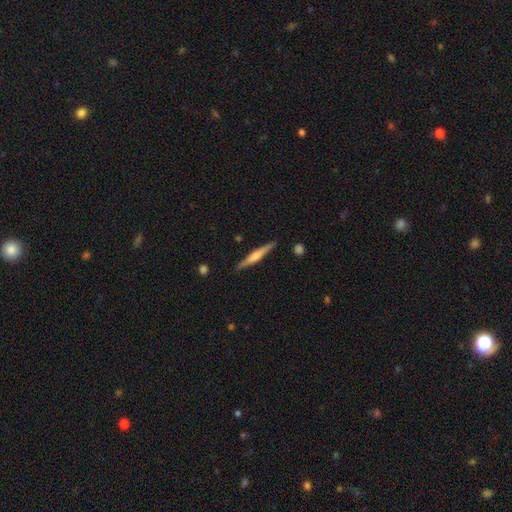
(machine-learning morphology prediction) Smooth or featured?
  - featured or disk: 54% *
  - smooth: 40%
  - star or artifact: 5%
Edge-on disk?
  - yes: 97% *
  - no: 3%
Edge-on bulge?
  - rounded: 58% *
  - none: 23%
  - boxy: 19%
Merging?
  - none: 89% *
  - minor disturbance: 8%
  - major disturbance: 2%
  - merger: 1%